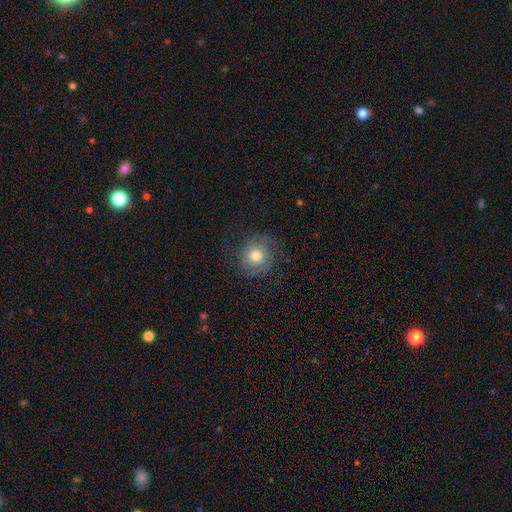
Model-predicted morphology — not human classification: Smooth or featured? smooth (65%)
How rounded? round (91%)
Merging? none (71%)